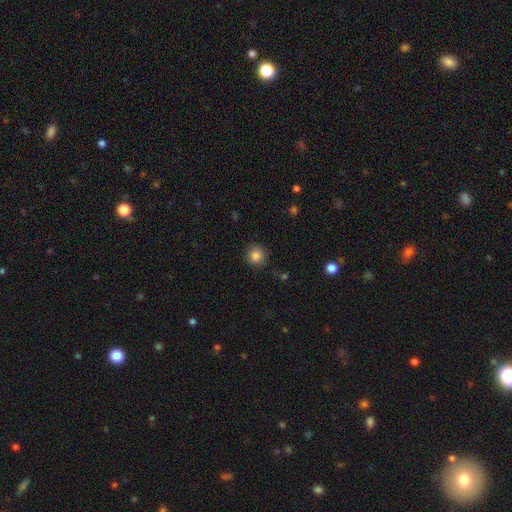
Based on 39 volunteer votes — This is clearly a smooth galaxy (90%). How rounded: clearly round (100%). Merging: clearly none (84%).